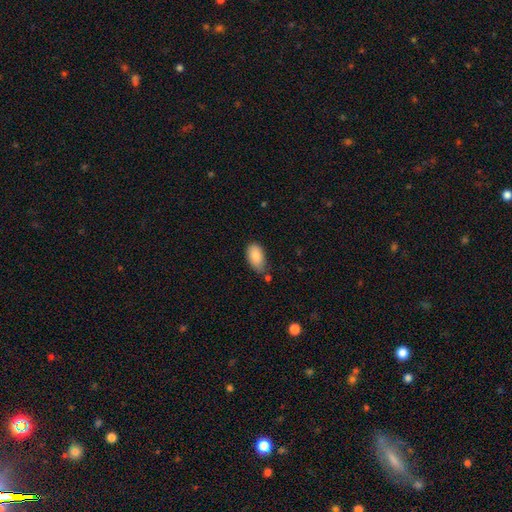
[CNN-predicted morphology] Q: Smooth or featured?
A: smooth (86%); runner-up: featured or disk (7%)
Q: How rounded?
A: in between (94%); runner-up: round (4%)
Q: Merging?
A: none (61%); runner-up: minor disturbance (28%)